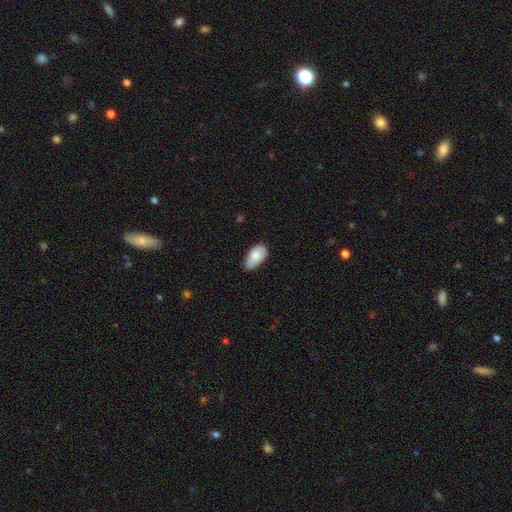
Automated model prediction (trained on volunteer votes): Smooth or featured?
  - smooth: 82% *
  - featured or disk: 12%
  - star or artifact: 6%
How rounded?
  - in between: 94% *
  - round: 4%
  - cigar-shaped: 2%
Merging?
  - none: 58% *
  - minor disturbance: 34%
  - major disturbance: 6%
  - merger: 2%